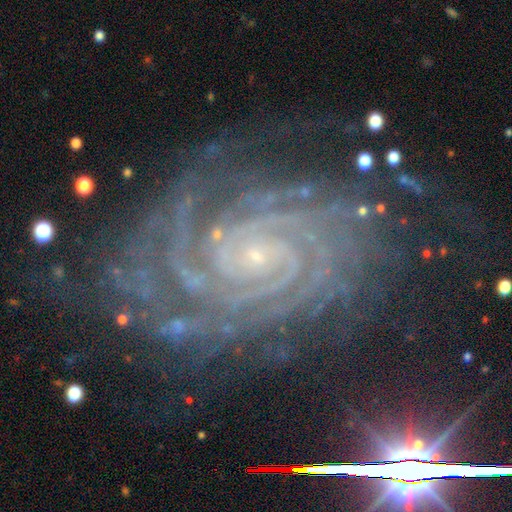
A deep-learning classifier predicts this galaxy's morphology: This is clearly a featured or disk galaxy (88%). It is clearly not viewed edge-on (97%). Bar: likely no (68%). Spiral arm pattern: clearly yes (99%). Spiral arm count: marginally more than 4 (21%). Spiral winding: clearly tight (84%). Central bulge: clearly small (87%). Merging: likely none (74%).